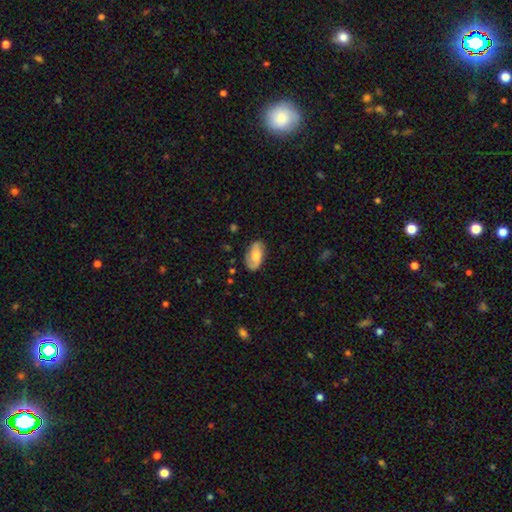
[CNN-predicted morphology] Smooth or featured? smooth (47%)
Merging? none (75%)